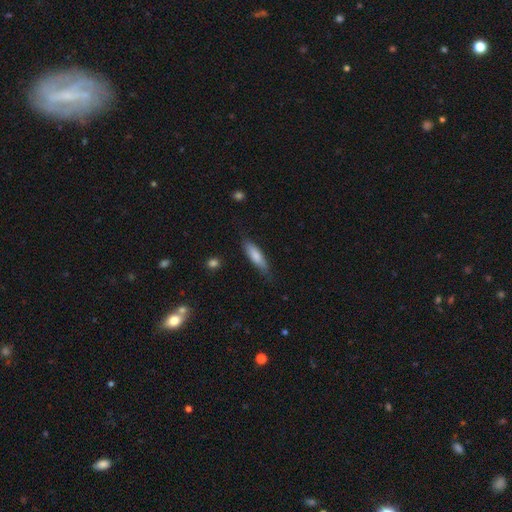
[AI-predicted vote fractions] Smooth or featured?
  - smooth: 77% *
  - featured or disk: 18%
  - star or artifact: 6%
How rounded?
  - cigar-shaped: 63% *
  - in between: 35%
  - round: 2%
Merging?
  - none: 77% *
  - minor disturbance: 18%
  - major disturbance: 4%
  - merger: 2%